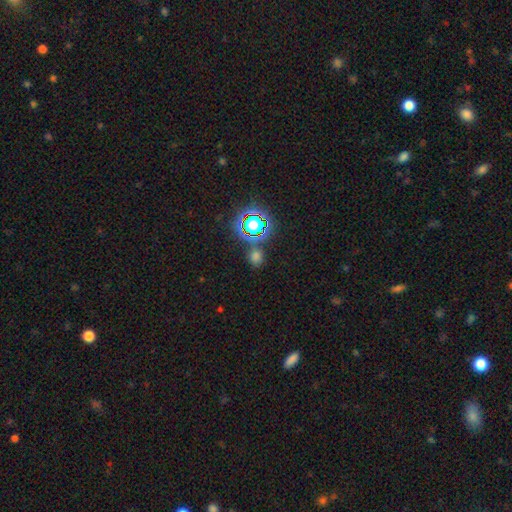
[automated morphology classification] type=smooth (56%); roundness=round (70%); merging=none (74%).